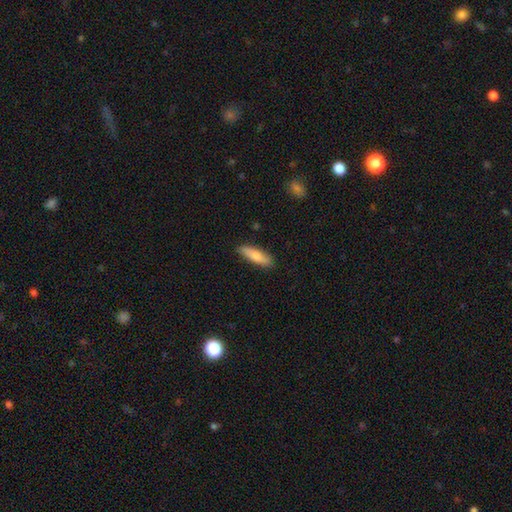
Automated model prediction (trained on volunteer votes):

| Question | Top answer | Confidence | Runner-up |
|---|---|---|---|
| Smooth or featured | smooth | 79% | featured or disk (16%) |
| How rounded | cigar-shaped | 58% | in between (40%) |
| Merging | none | 85% | minor disturbance (11%) |